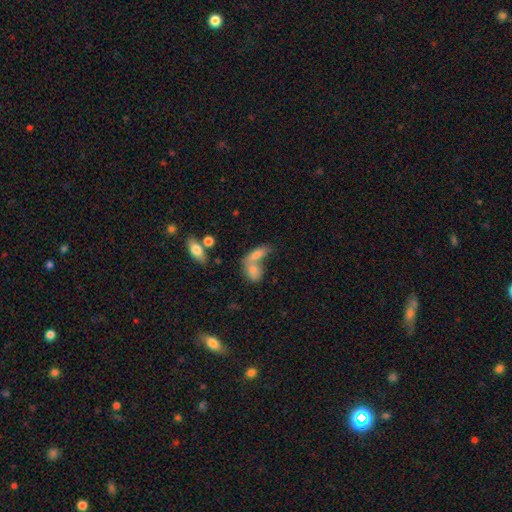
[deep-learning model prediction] Smooth or featured? Predicted: smooth (p=0.68). How rounded? Predicted: in between (p=0.70). Merging? Predicted: merger (p=0.57).